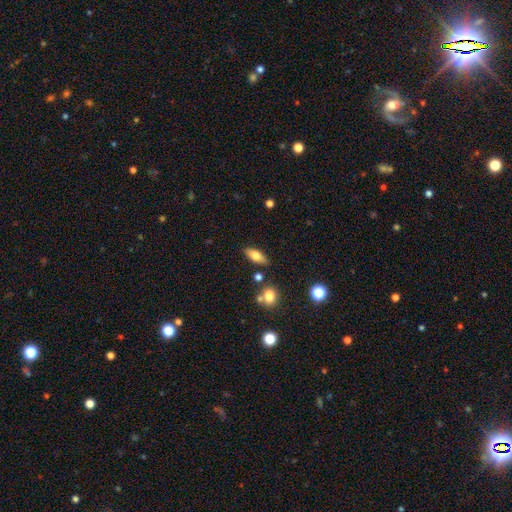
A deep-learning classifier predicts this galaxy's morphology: smooth-or-featured: smooth: 66% | featured or disk: 26% | star or artifact: 8%
  how-rounded: in between: 75% | cigar-shaped: 21% | round: 4%
  merging: none: 81% | minor disturbance: 11% | merger: 5% | major disturbance: 3%